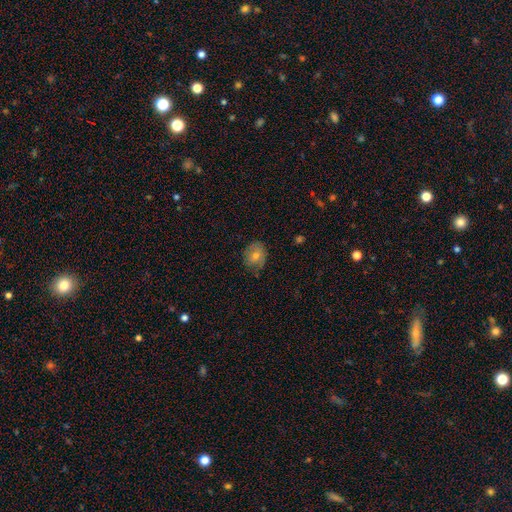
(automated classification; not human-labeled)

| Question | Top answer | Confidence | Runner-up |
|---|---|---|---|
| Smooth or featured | smooth | 63% | featured or disk (27%) |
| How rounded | round | 60% | in between (39%) |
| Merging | none | 74% | minor disturbance (21%) |